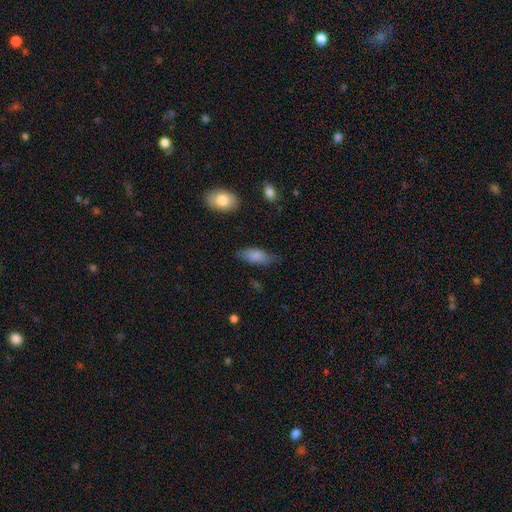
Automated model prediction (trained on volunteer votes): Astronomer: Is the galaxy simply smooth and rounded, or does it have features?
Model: smooth — 83%.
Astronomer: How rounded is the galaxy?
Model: in between — 83%.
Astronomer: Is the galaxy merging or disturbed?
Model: none — 66%.